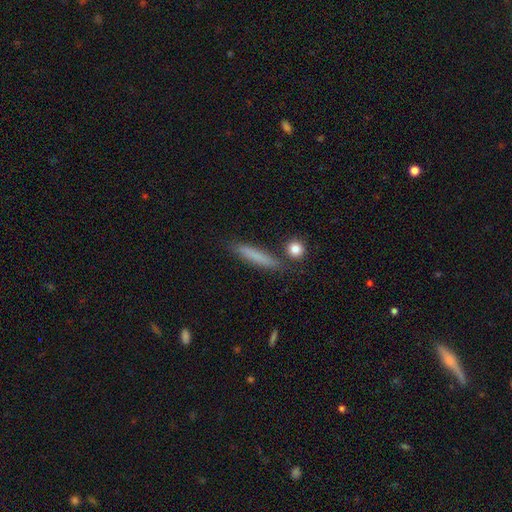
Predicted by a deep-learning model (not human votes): Smooth or featured: smooth — 73% (featured or disk — 20%)
How rounded: cigar-shaped — 91% (in between — 7%)
Merging: none — 82% (minor disturbance — 11%)